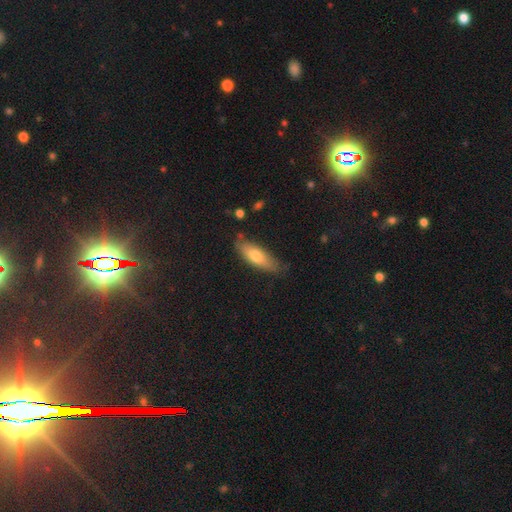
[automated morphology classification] Smooth or featured: smooth — 67% (featured or disk — 27%)
How rounded: in between — 58% (cigar-shaped — 40%)
Merging: none — 72% (minor disturbance — 22%)